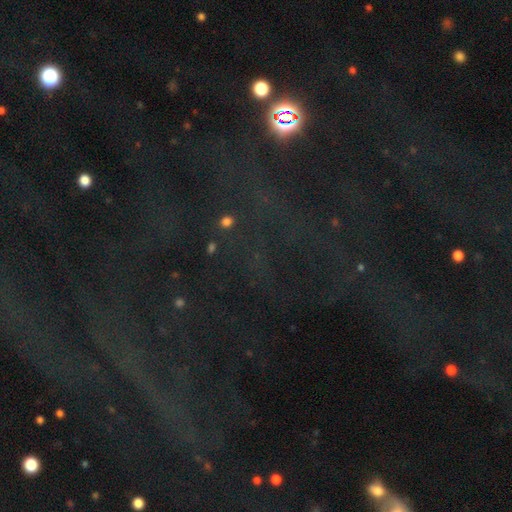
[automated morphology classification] star or artifact 77%, smooth 13%, featured or disk 10%.